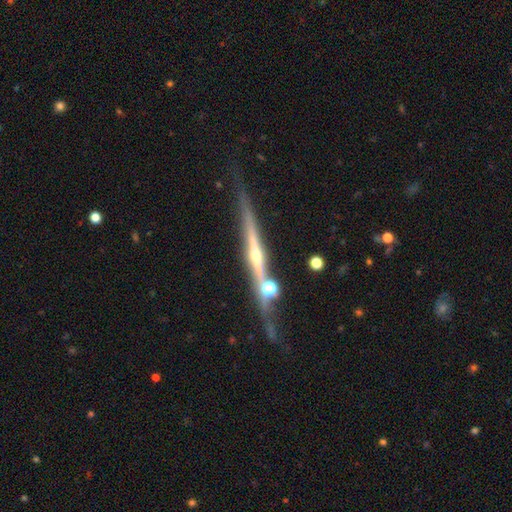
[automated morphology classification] A featured or disk galaxy (82%) viewed edge-on (96%) with a rounded central bulge (72%). Merging: none (67%).